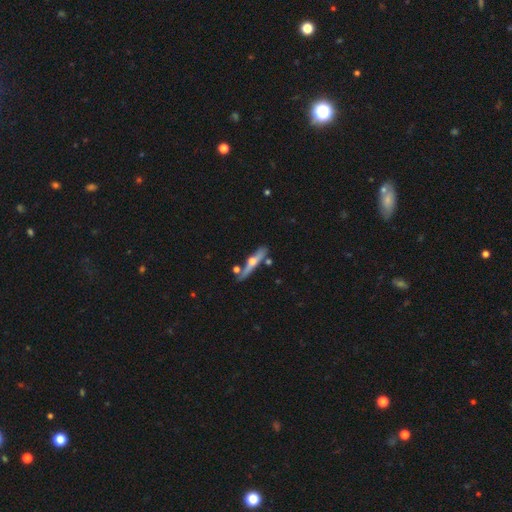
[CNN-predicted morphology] smooth-or-featured: featured or disk: 63% | smooth: 32% | star or artifact: 6%
  disk-edge-on: yes: 92% | no: 8%
    edge-on-bulge: rounded: 93% | none: 5% | boxy: 2%
  merging: none: 73% | minor disturbance: 13% | merger: 11% | major disturbance: 3%